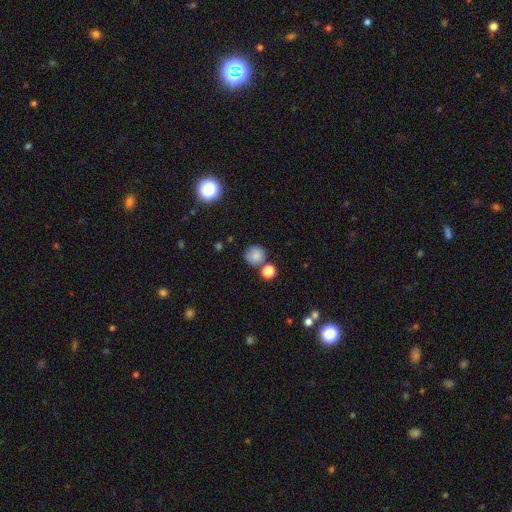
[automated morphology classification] The model was most divided on "merging": none: 71%, merger: 15%, minor disturbance: 10%, major disturbance: 3%. More confident: how rounded — round (91%); smooth or featured — smooth (83%).